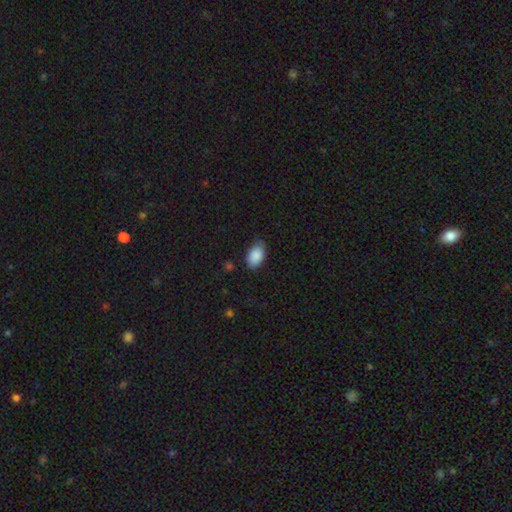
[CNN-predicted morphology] smooth-or-featured: smooth: 88% | star or artifact: 7% | featured or disk: 5%
  how-rounded: in between: 92% | round: 6% | cigar-shaped: 1%
  merging: none: 74% | minor disturbance: 22% | major disturbance: 4% | merger: 1%